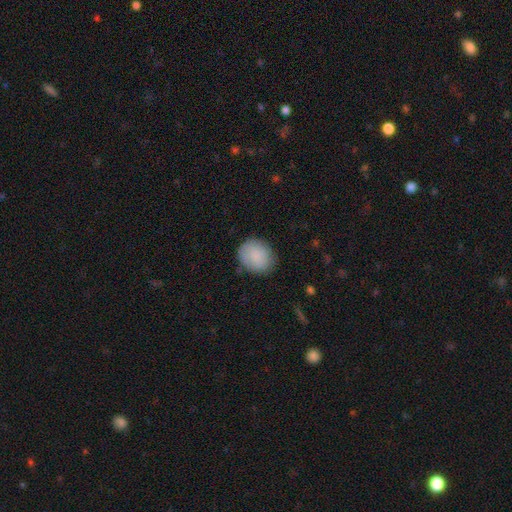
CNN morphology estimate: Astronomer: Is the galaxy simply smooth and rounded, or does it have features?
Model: smooth — 85%.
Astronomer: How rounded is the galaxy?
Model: round — 65%.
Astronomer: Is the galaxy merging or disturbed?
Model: none — 80%.